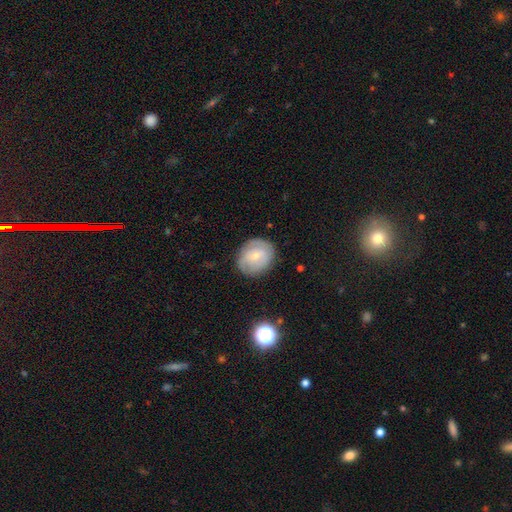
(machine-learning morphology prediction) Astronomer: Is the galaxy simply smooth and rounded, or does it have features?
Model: smooth — 57% (runner-up: featured or disk, 35%).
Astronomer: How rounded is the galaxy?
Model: round — 73%.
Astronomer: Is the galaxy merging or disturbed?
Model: none — 79%.